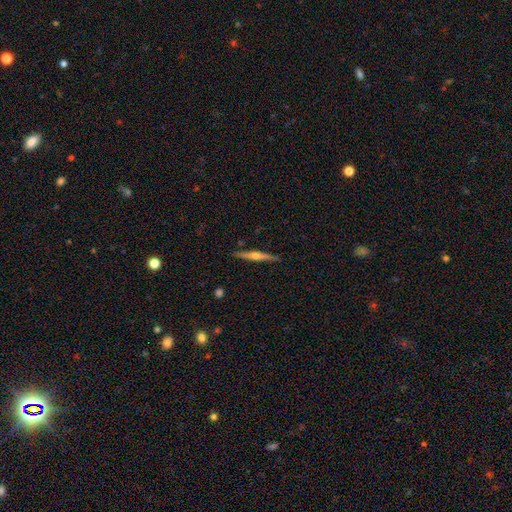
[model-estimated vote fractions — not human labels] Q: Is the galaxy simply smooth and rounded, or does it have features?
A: featured or disk — 71%.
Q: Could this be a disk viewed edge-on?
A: yes — 98%.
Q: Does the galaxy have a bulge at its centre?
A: rounded — 88%.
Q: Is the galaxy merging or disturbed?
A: none — 90%.